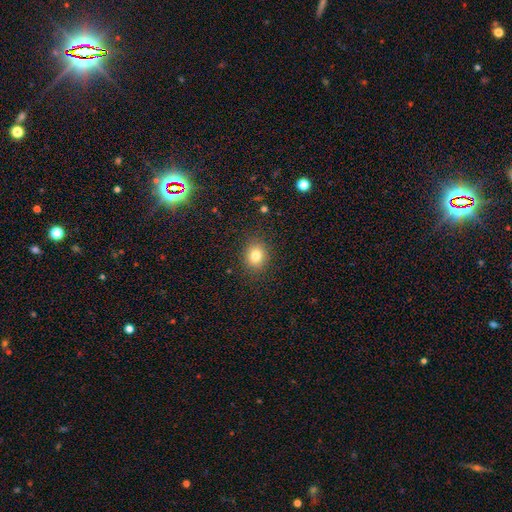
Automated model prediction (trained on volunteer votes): smooth 80%, star or artifact 12%, featured or disk 8%. Down the decision tree: how rounded — round (69%); merging — none (88%).